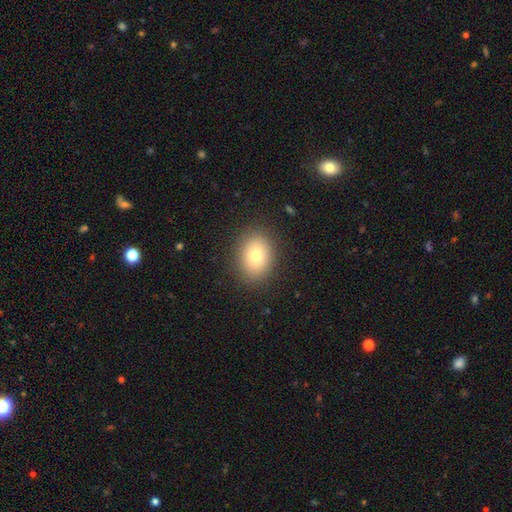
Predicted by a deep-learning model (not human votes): Overall: smooth (77%). How rounded: in between (59%; round 40%). Merging: none (87%).